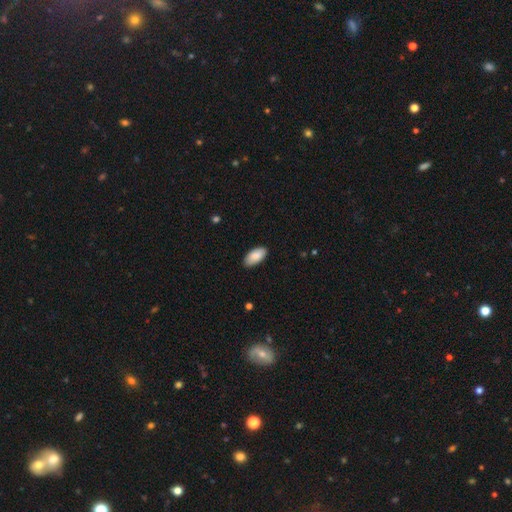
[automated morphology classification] type=smooth (87%); roundness=in between (94%); merging=none (87%).